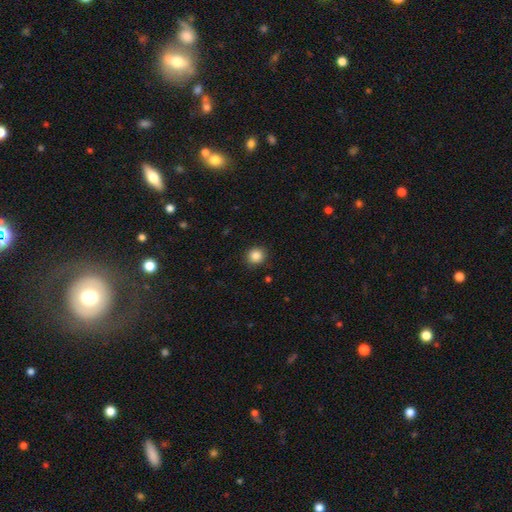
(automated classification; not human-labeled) A smooth galaxy with no disk features (86%) that is round (89%). Merging: none (90%).